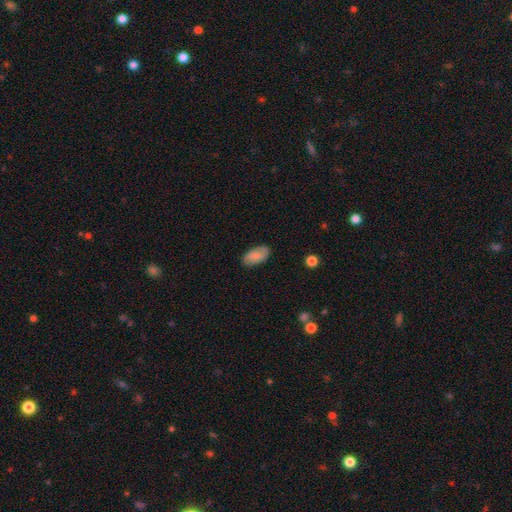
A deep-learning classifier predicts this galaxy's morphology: Smooth or featured?
  - smooth: 75% *
  - featured or disk: 18%
  - star or artifact: 7%
How rounded?
  - in between: 94% *
  - cigar-shaped: 3%
  - round: 3%
Merging?
  - none: 82% *
  - minor disturbance: 14%
  - major disturbance: 3%
  - merger: 1%